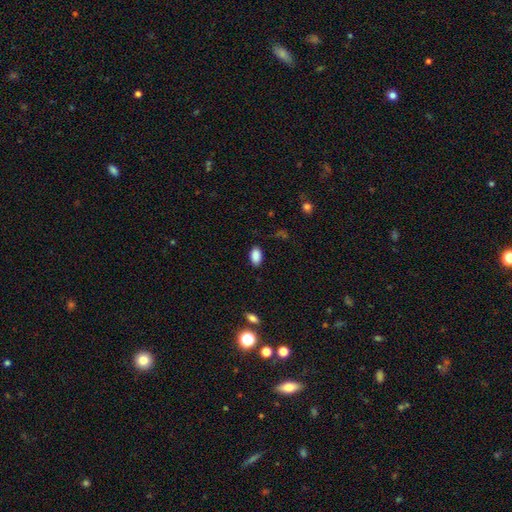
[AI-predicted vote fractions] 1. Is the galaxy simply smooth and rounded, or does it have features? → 89% smooth, 8% star or artifact, 3% featured or disk.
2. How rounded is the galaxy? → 93% in between, 5% round, 2% cigar-shaped.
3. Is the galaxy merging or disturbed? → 86% none, 10% minor disturbance, 3% major disturbance, 1% merger.